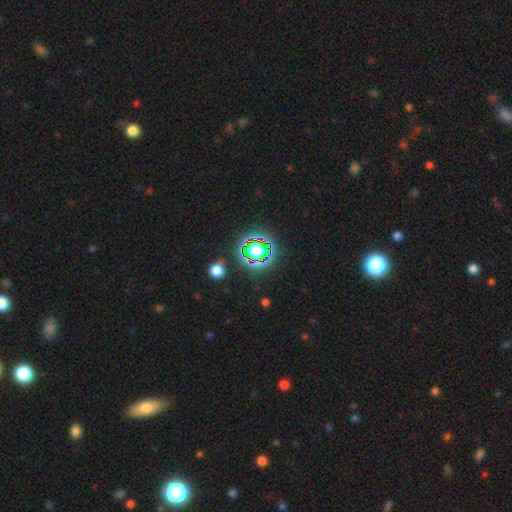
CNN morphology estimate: The model was most divided on "smooth or featured": star or artifact: 76%, smooth: 15%, featured or disk: 8%.